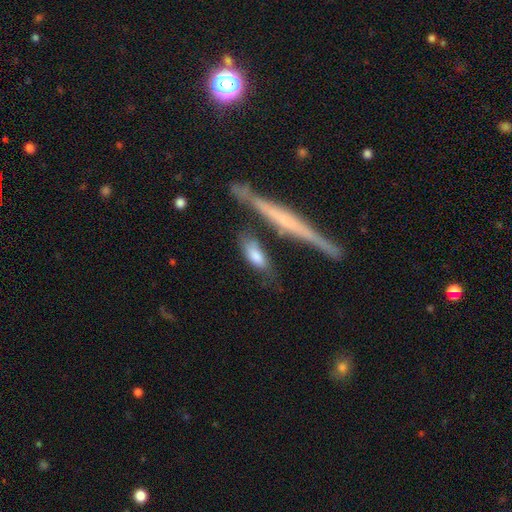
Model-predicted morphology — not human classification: A smooth galaxy with no disk features (67%) that is in between round and cigar-shaped (54%).

Vote fractions:
- Smooth or featured? smooth: 67% / featured or disk: 26% / star or artifact: 7%
- How rounded? in between: 54% / cigar-shaped: 42% / round: 5%
- Merging? none: 56% / minor disturbance: 23% / merger: 11% / major disturbance: 10%